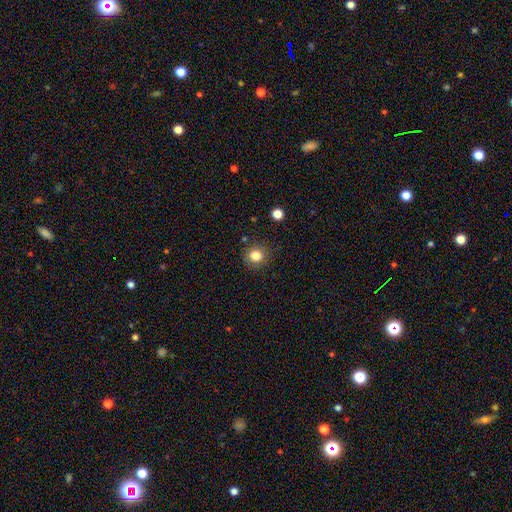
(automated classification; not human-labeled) smooth 83%, star or artifact 12%, featured or disk 6%. Down the decision tree: how rounded — round (88%); merging — none (86%).